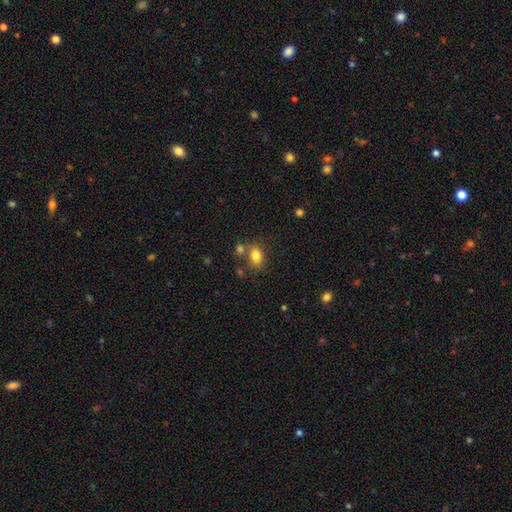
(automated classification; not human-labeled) Smooth or featured? smooth (82%)
How rounded? in between (80%)
Merging? none (62%)